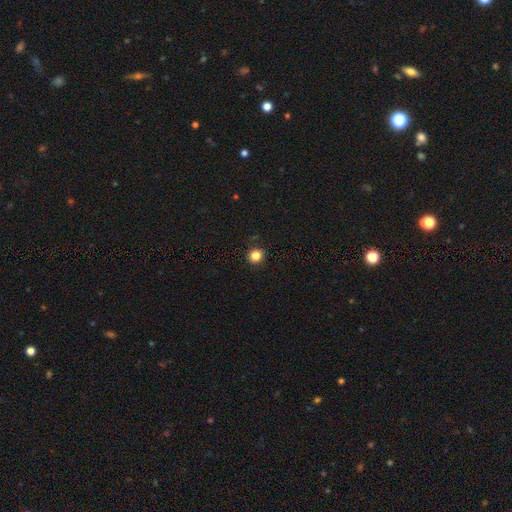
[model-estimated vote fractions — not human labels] This is clearly a smooth galaxy (85%). How rounded: clearly round (91%). Merging: clearly none (90%).